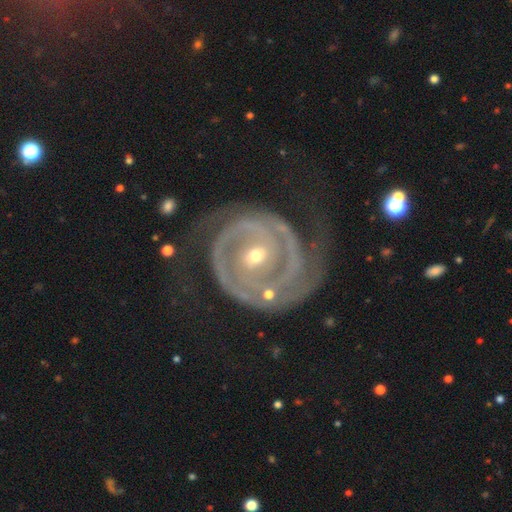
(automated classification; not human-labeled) A featured or disk galaxy (90%) with no bar (47%), 2 (65%) tight (72%) spiral arms (95%) and a small central bulge (57%). Merging: none (60%).